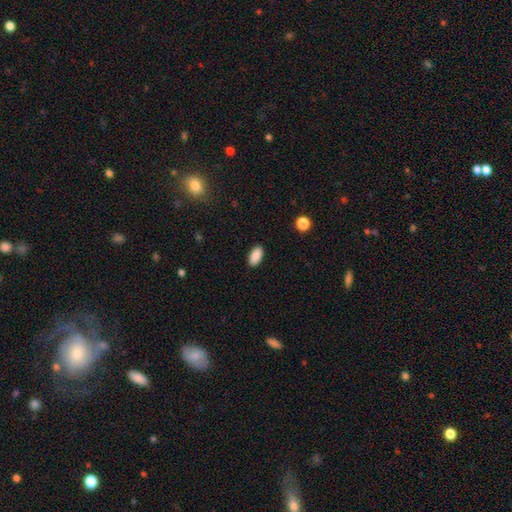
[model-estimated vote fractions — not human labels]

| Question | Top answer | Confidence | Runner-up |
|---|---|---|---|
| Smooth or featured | smooth | 89% | star or artifact (7%) |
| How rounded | in between | 93% | cigar-shaped (4%) |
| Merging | none | 89% | minor disturbance (8%) |